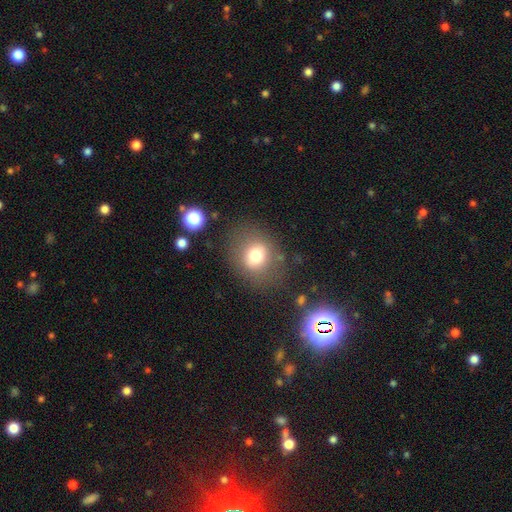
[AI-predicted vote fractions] Morphology: type=smooth (71%); roundness=round (64%); merging=none (74%).